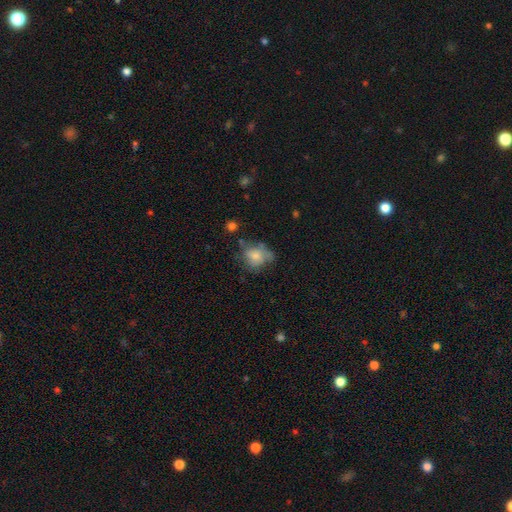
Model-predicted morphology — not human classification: smooth 62%, featured or disk 28%, star or artifact 10%. Down the decision tree: how rounded — round (51%); merging — none (43%).